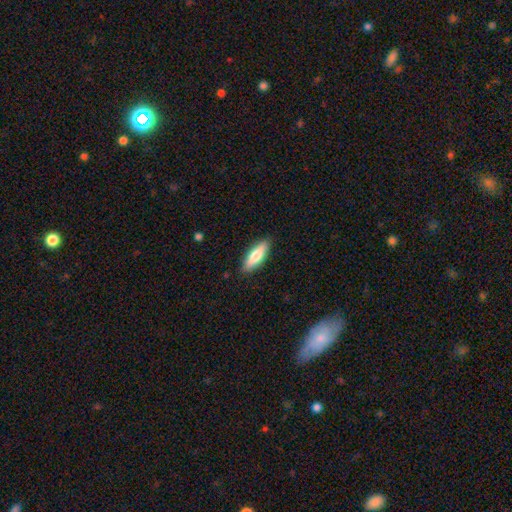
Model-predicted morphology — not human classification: smooth-or-featured: smooth: 69% | featured or disk: 25% | star or artifact: 6%
  how-rounded: in between: 51% | cigar-shaped: 47% | round: 2%
  merging: none: 88% | minor disturbance: 9% | major disturbance: 2% | merger: 1%